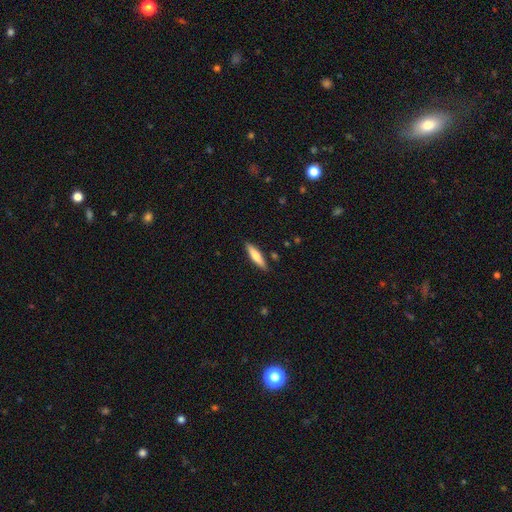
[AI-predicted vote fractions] Morphology: type=smooth (65%); roundness=cigar-shaped (73%); merging=none (87%).